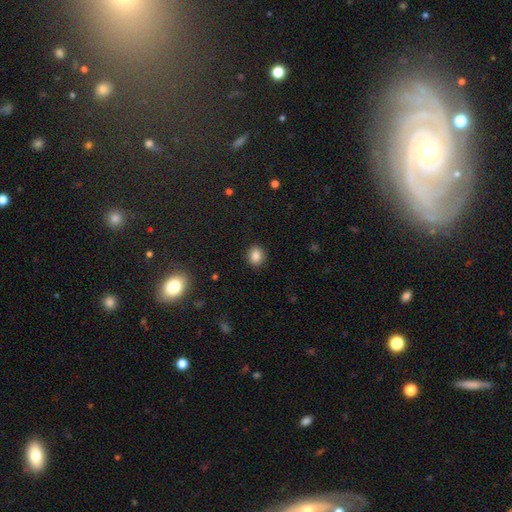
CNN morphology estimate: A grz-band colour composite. It shows a smooth galaxy with no disk features (86%) that is round (72%). Merging: none (90%).